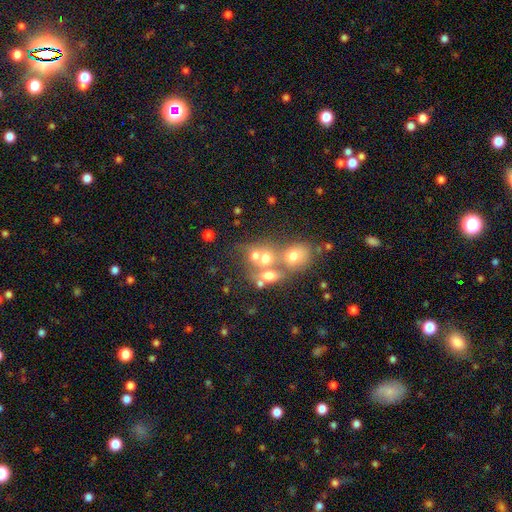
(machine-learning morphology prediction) type=smooth (59%); roundness=round (67%); merging=merger (53%).